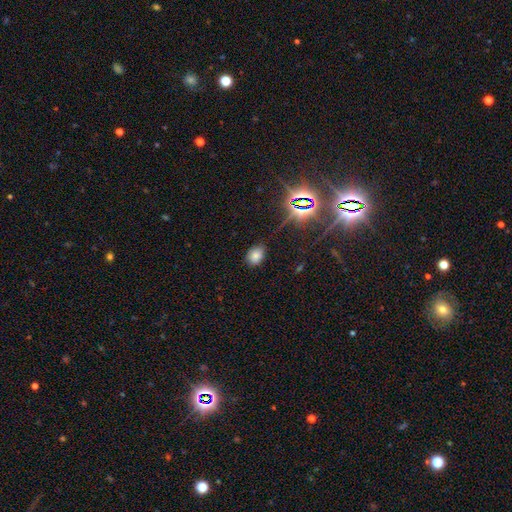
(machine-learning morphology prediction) Smooth or featured? Predicted: smooth (p=0.72). How rounded? Predicted: in between (p=0.64). Merging? Predicted: none (p=0.81).